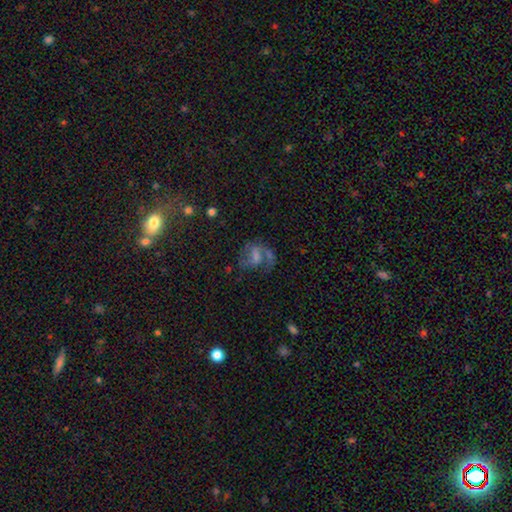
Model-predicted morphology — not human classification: Smooth or featured? Predicted: featured or disk (p=0.62). Edge-on disk? Predicted: no (p=0.97). Bar? Predicted: weak (p=0.45). Spiral arms? Predicted: yes (p=0.79). Bulge size? Predicted: none (p=0.36). Merging? Predicted: none (p=0.43).